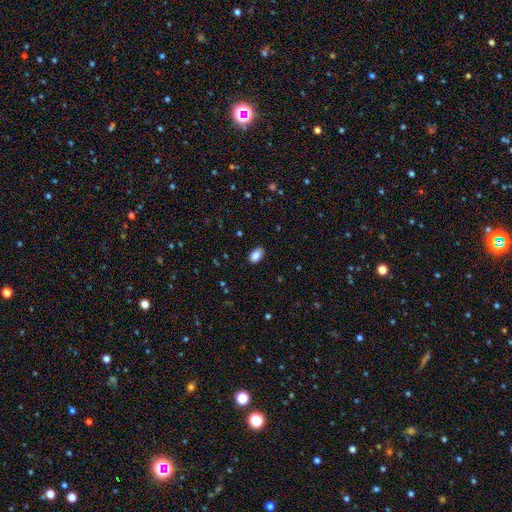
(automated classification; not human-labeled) Smooth or featured? smooth (87%)
How rounded? in between (92%)
Merging? none (85%)